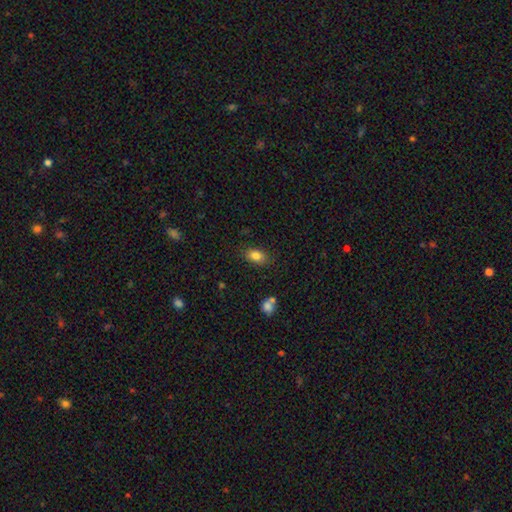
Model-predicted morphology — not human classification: Smooth or featured? Predicted: smooth (p=0.83). How rounded? Predicted: in between (p=0.85). Merging? Predicted: none (p=0.82).